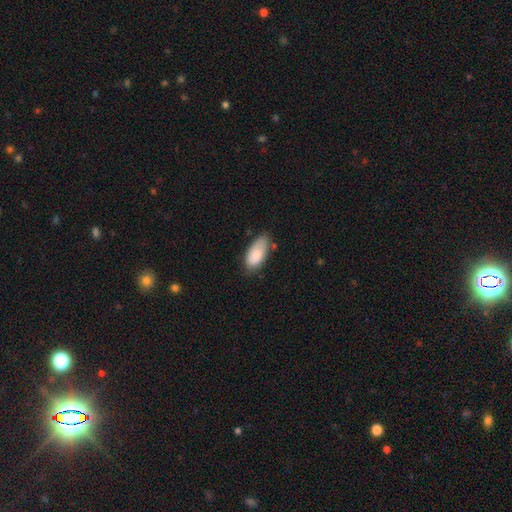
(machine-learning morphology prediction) The model was most divided on "merging": none: 64%, minor disturbance: 28%, major disturbance: 5%, merger: 3%. More confident: how rounded — in between (91%); smooth or featured — smooth (84%).